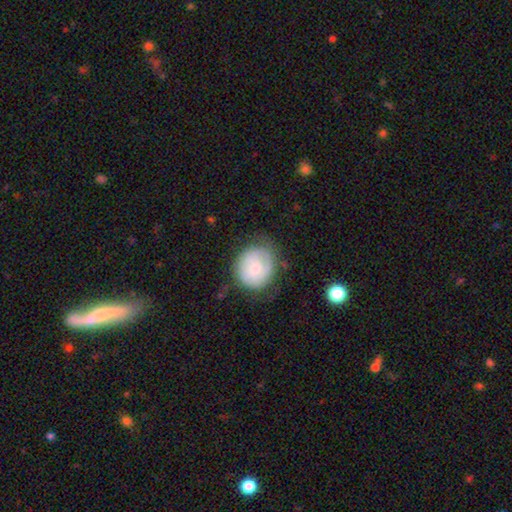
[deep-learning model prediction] Overall: smooth (57%; featured or disk 36%). How rounded: round (81%). Merging: none (64%; minor disturbance 25%).